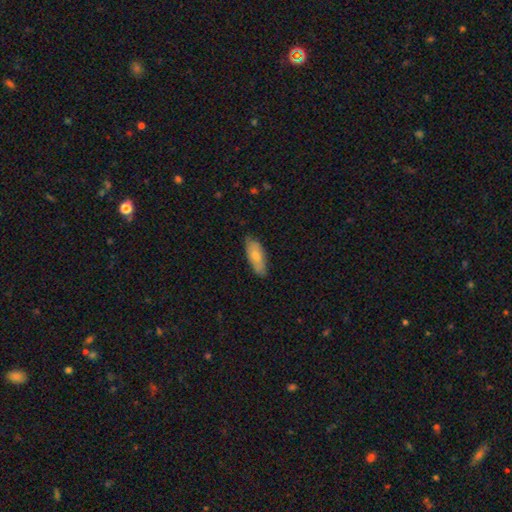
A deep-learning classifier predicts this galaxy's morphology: smooth-or-featured: smooth: 75% | featured or disk: 20% | star or artifact: 6%
  how-rounded: in between: 79% | cigar-shaped: 19% | round: 2%
  merging: none: 79% | minor disturbance: 17% | major disturbance: 3% | merger: 1%